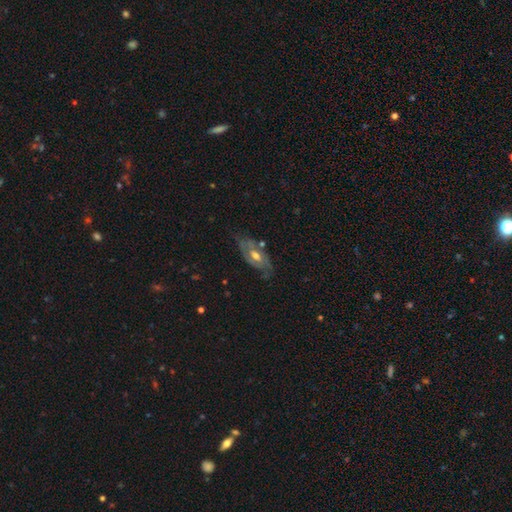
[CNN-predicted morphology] type=featured or disk (73%); edge-on=no (88%); bar=no (45%); spiral arms=yes (78%); winding=tight (44%); arm count=2 (68%); bulge=moderate (74%); merging=none (64%).